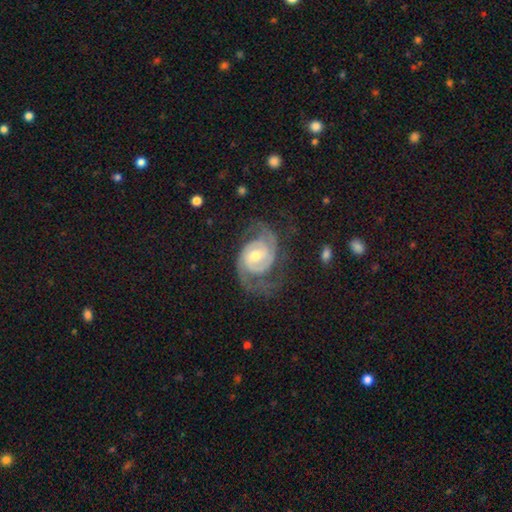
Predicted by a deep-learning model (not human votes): Smooth or featured?
  - featured or disk: 90% *
  - smooth: 5%
  - star or artifact: 4%
Edge-on disk?
  - no: 98% *
  - yes: 2%
Bar?
  - no: 49% *
  - weak: 39%
  - strong: 12%
Spiral arms?
  - yes: 98% *
  - no: 2%
Spiral winding?
  - tight: 48% *
  - medium: 40%
  - loose: 12%
Spiral arm count?
  - 2: 73% *
  - 3: 11%
  - can't tell: 8%
  - 1: 3%
  - 4: 3%
  - more than 4: 3%
Bulge size?
  - moderate: 63% *
  - small: 32%
  - large: 4%
  - none: 1%
  - dominant: 1%
Merging?
  - none: 64% *
  - minor disturbance: 18%
  - major disturbance: 16%
  - merger: 2%